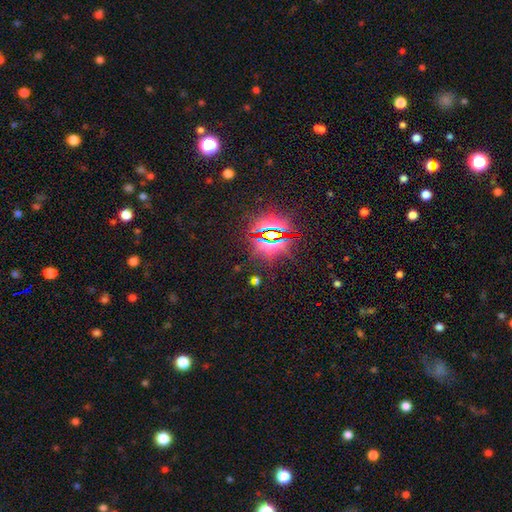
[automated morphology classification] Smooth or featured? Predicted: star or artifact (p=0.83).